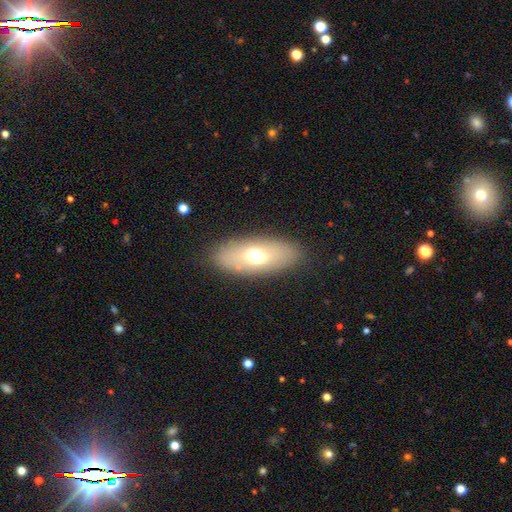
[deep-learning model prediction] A smooth galaxy with no disk features (64%) that is in between round and cigar-shaped (86%).

Vote fractions:
- Smooth or featured? smooth: 64% / featured or disk: 27% / star or artifact: 9%
- How rounded? in between: 86% / cigar-shaped: 9% / round: 5%
- Merging? none: 85% / minor disturbance: 9% / major disturbance: 4% / merger: 1%